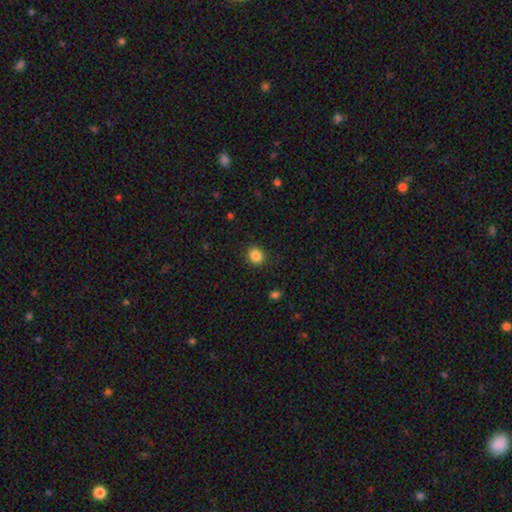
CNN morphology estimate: type=smooth (86%); roundness=round (81%); merging=none (90%).